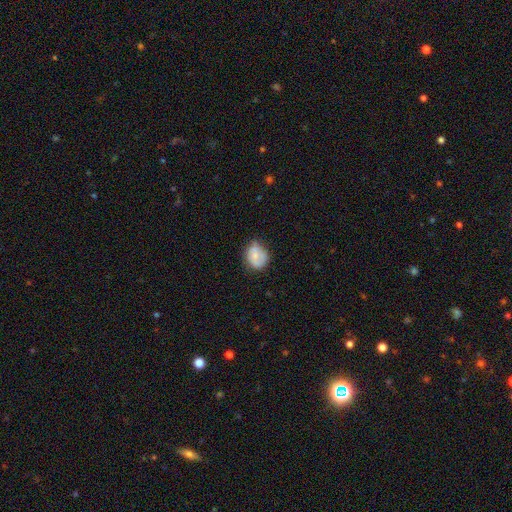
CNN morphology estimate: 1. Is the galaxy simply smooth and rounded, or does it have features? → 68% smooth, 24% featured or disk, 8% star or artifact.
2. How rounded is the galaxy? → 56% round, 43% in between, 1% cigar-shaped.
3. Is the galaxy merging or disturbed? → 52% none, 35% minor disturbance, 10% major disturbance, 3% merger.